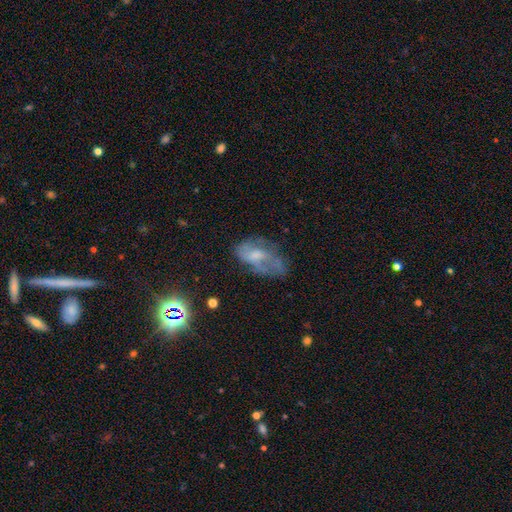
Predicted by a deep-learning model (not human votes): Smooth or featured: featured or disk — 48% (smooth — 40%)
Merging: none — 38% (major disturbance — 29%)